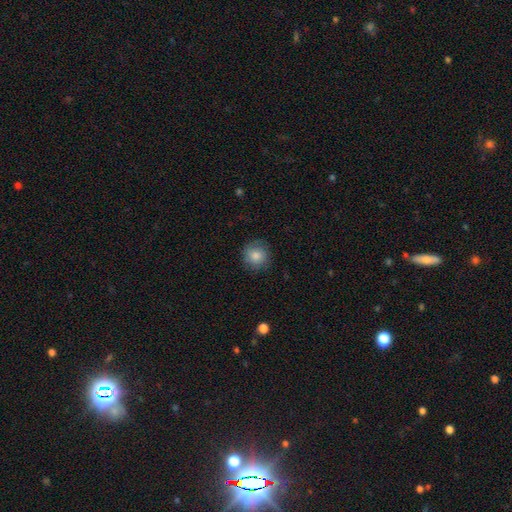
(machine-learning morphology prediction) The model was most divided on "merging": none: 81%, minor disturbance: 14%, major disturbance: 4%, merger: 1%. More confident: how rounded — round (92%); smooth or featured — smooth (82%).